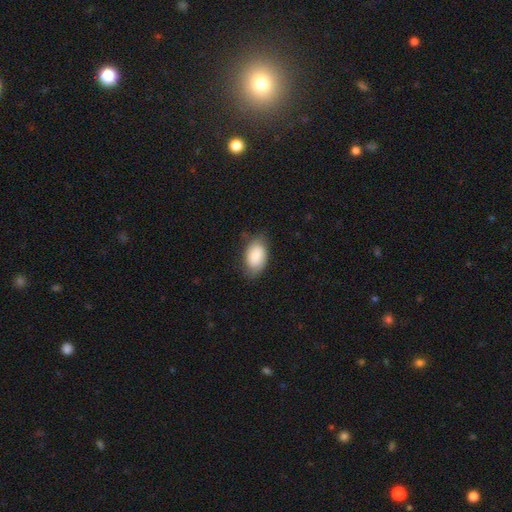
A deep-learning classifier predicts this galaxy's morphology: This is clearly a smooth galaxy (81%). How rounded: clearly in between (92%). Merging: likely none (71%).